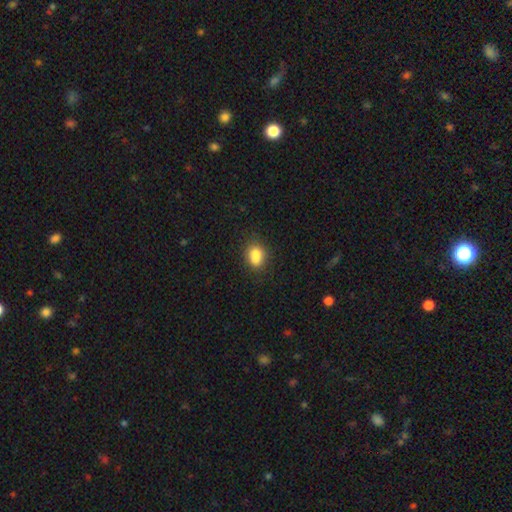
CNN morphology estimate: This appears to be a smooth galaxy with no disk features (75%) that is in between round and cigar-shaped (51%). Merging: none (44%).